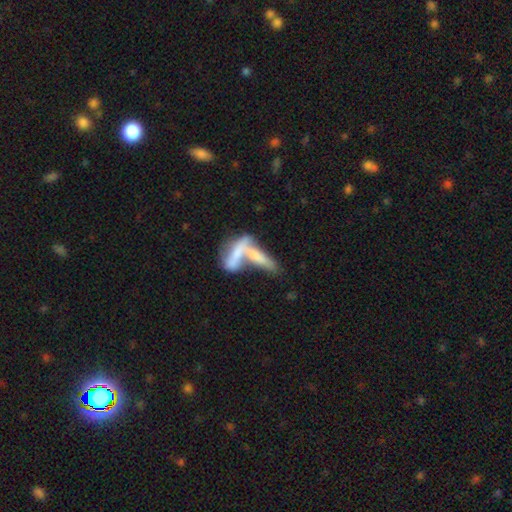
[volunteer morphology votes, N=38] smooth-or-featured: smooth: 74% | featured or disk: 24% | star or artifact: 3%
  how-rounded: cigar-shaped: 54% | in between: 46% | round: 0%
  merging: merger: 65% | none: 16% | minor disturbance: 11% | major disturbance: 8%